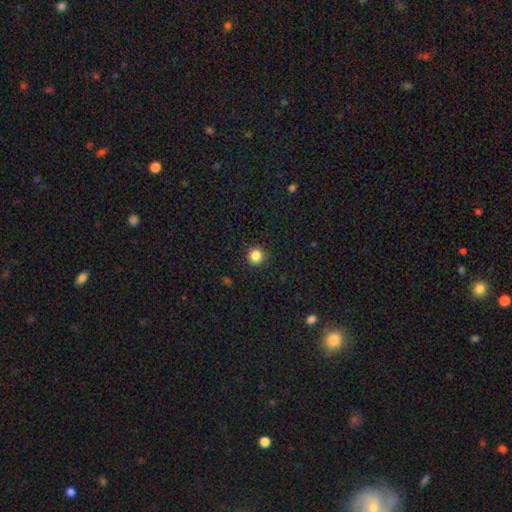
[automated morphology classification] smooth-or-featured: smooth: 85% | star or artifact: 11% | featured or disk: 4%
  how-rounded: round: 95% | in between: 4% | cigar-shaped: 1%
  merging: none: 92% | minor disturbance: 6% | major disturbance: 2% | merger: 1%